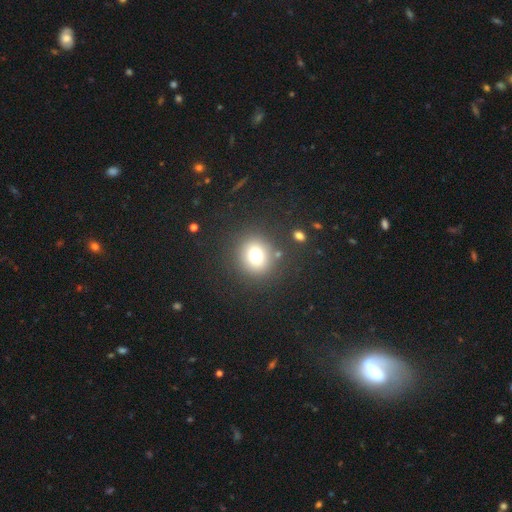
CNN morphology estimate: Smooth or featured: smooth — 76% (star or artifact — 14%)
How rounded: round — 83% (in between — 16%)
Merging: none — 85% (minor disturbance — 8%)